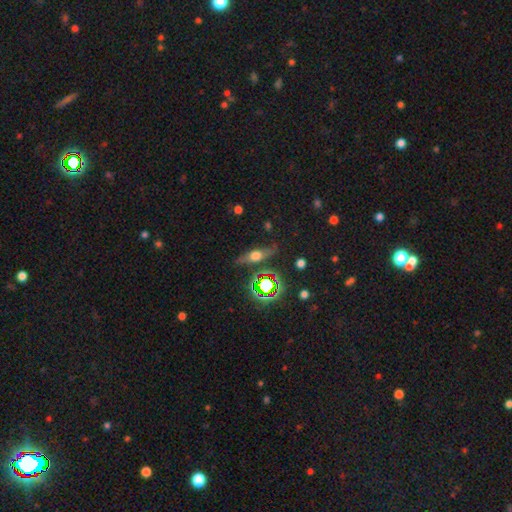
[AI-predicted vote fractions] A featured or disk galaxy (44%). Merging: none (73%).